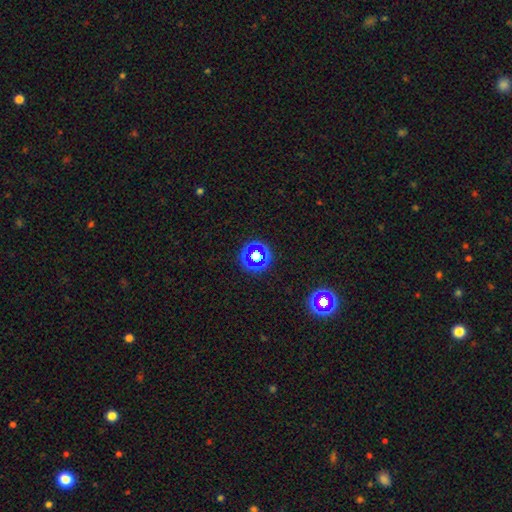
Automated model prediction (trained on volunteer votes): Smooth or featured? Predicted: star or artifact (p=0.55).